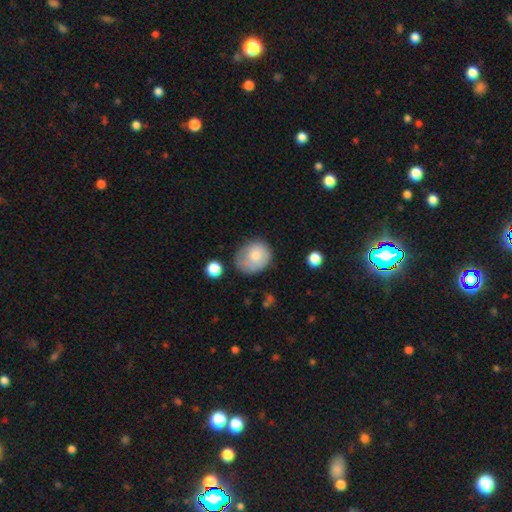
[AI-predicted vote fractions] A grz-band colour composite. It shows a smooth galaxy with no disk features (77%) that is round (66%). Merging: none (60%).